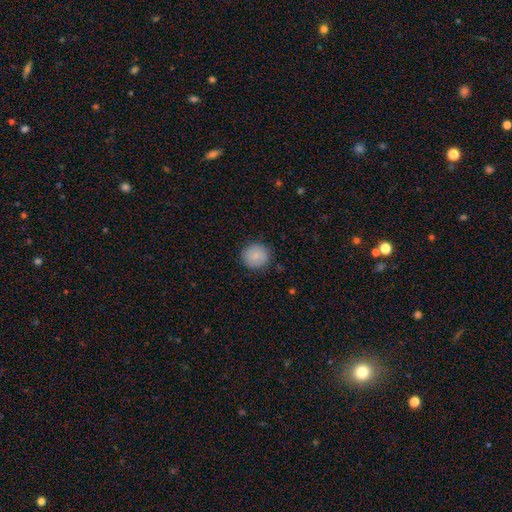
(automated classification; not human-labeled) Smooth or featured?
  - smooth: 86% *
  - star or artifact: 7%
  - featured or disk: 7%
How rounded?
  - round: 92% *
  - in between: 7%
  - cigar-shaped: 1%
Merging?
  - none: 88% *
  - minor disturbance: 8%
  - major disturbance: 2%
  - merger: 1%